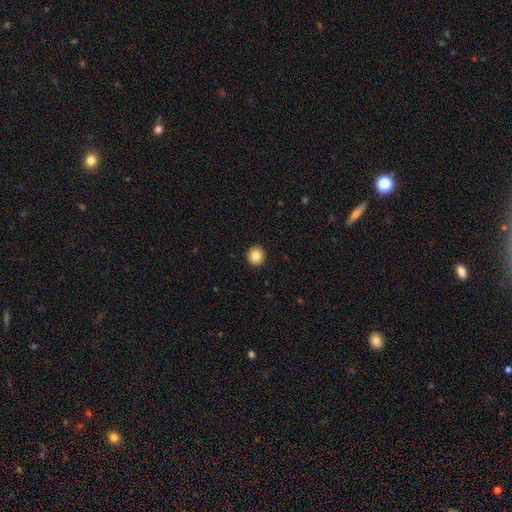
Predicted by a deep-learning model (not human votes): A smooth galaxy with no disk features (84%) that is round (94%).

Vote fractions:
- Smooth or featured? smooth: 84% / star or artifact: 10% / featured or disk: 7%
- How rounded? round: 94% / in between: 5% / cigar-shaped: 1%
- Merging? none: 94% / minor disturbance: 4% / major disturbance: 1% / merger: 1%